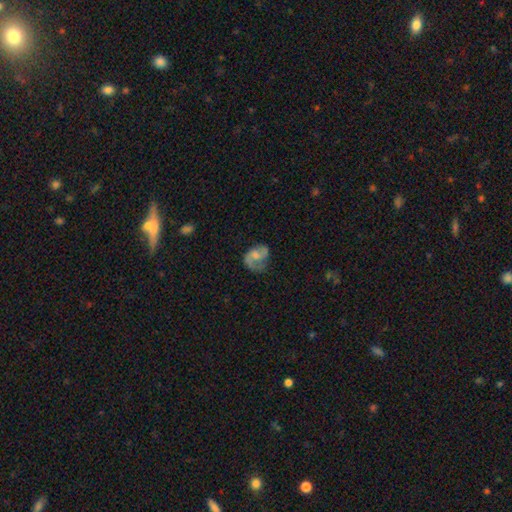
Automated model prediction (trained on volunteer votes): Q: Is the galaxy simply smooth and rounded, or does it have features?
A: featured or disk — 65%.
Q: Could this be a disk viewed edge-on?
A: no — 98%.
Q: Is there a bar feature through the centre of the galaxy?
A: no — 53%.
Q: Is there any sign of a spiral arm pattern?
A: yes — 87%.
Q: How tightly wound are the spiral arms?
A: medium — 48%.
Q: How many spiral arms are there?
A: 2 — 76%.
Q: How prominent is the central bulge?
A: moderate — 38%.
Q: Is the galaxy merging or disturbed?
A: none — 54%.